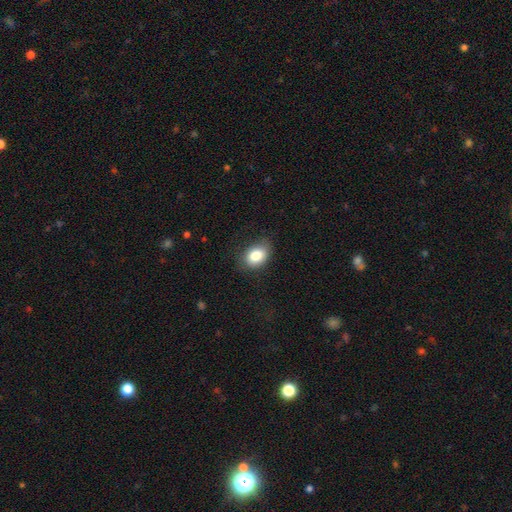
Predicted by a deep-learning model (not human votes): Morphology: type=smooth (83%); roundness=in between (77%); merging=none (78%).